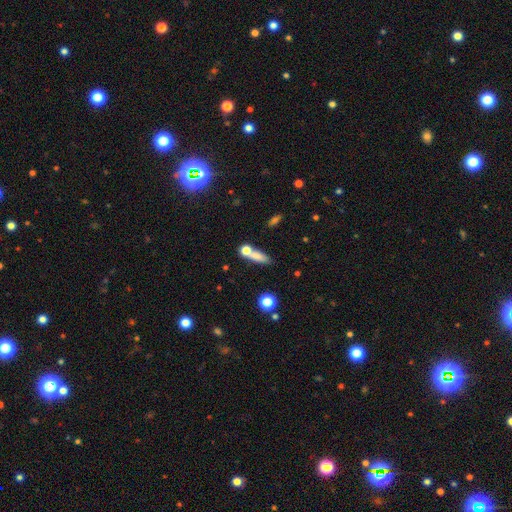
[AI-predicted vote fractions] Smooth or featured? smooth (73%)
How rounded? cigar-shaped (49%)
Merging? none (53%)